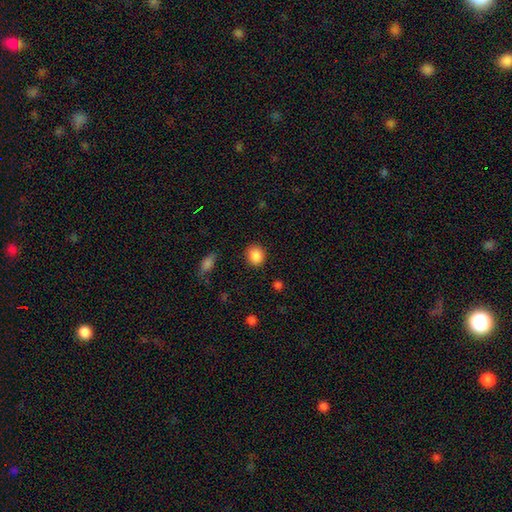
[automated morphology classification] The model was most divided on "how rounded": round: 72%, in between: 27%, cigar-shaped: 1%. More confident: smooth or featured — smooth (88%); merging — none (86%).